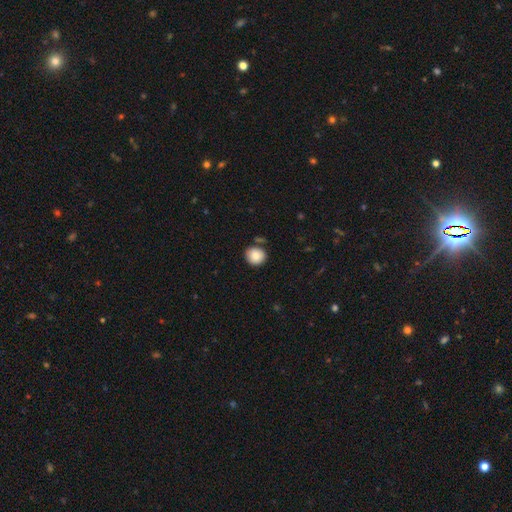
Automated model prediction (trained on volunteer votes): smooth-or-featured: smooth: 85% | star or artifact: 8% | featured or disk: 7%
  how-rounded: round: 86% | in between: 13% | cigar-shaped: 1%
  merging: none: 80% | minor disturbance: 11% | merger: 6% | major disturbance: 2%